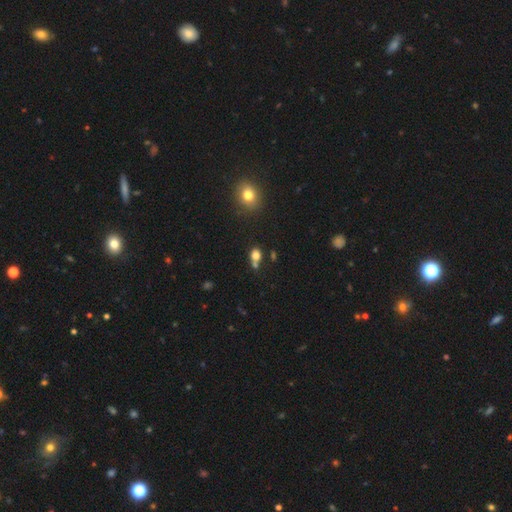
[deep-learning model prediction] smooth_or_featured: smooth (p=0.77) [alt: star or artifact p=0.14]
how_rounded: in between (p=0.53) [alt: round p=0.45]
merging: none (p=0.46) [alt: merger p=0.35]